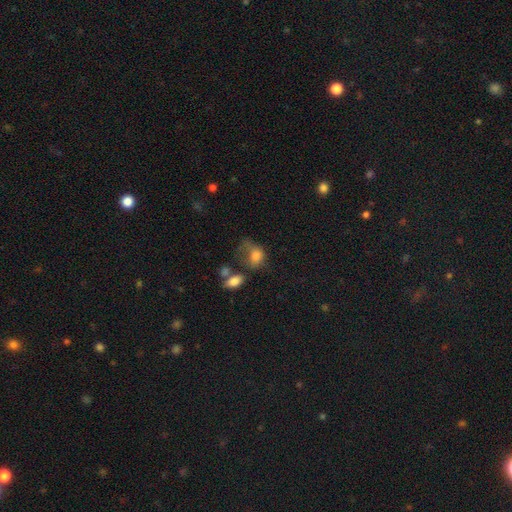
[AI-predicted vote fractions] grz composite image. It shows a smooth galaxy with no disk features (75%) that is in between round and cigar-shaped (68%). Merging: major disturbance (39%).